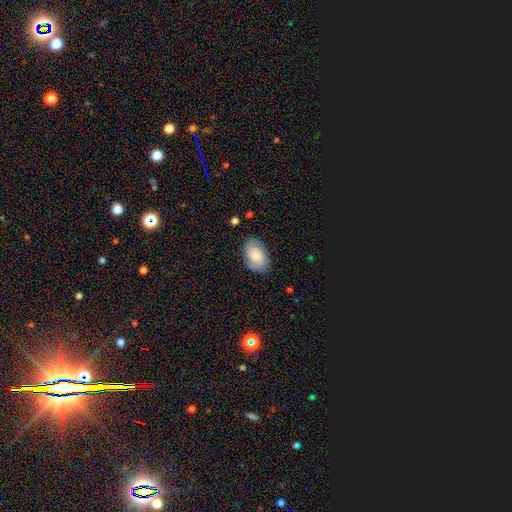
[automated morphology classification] Smooth or featured?
  - smooth: 57% *
  - featured or disk: 35%
  - star or artifact: 8%
How rounded?
  - in between: 87% *
  - round: 11%
  - cigar-shaped: 1%
Merging?
  - none: 79% *
  - minor disturbance: 16%
  - major disturbance: 4%
  - merger: 1%